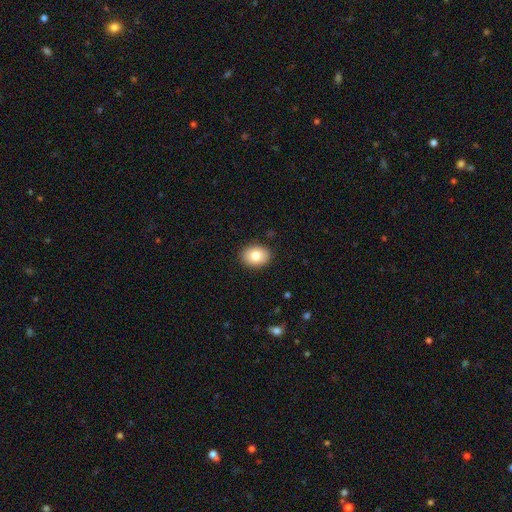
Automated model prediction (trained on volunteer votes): Morphology: type=smooth (82%); roundness=in between (68%); merging=none (90%).